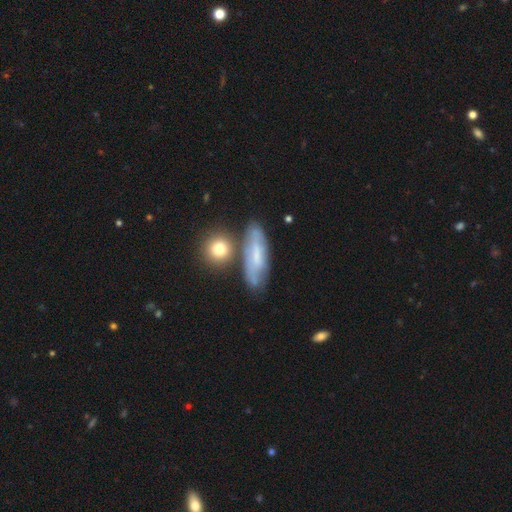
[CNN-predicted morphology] smooth_or_featured: featured or disk (p=0.53) [alt: smooth p=0.39]
disk_edge_on: no (p=0.74) [alt: yes p=0.26]
merging: none (p=0.65) [alt: minor disturbance p=0.18]